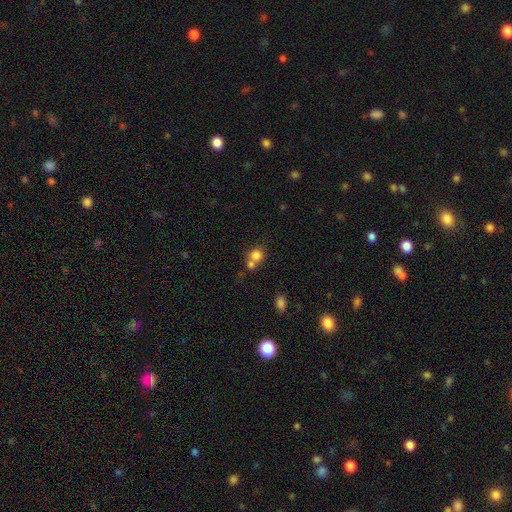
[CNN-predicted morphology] Smooth or featured?
  - smooth: 79% *
  - star or artifact: 11%
  - featured or disk: 10%
How rounded?
  - round: 82% *
  - in between: 17%
  - cigar-shaped: 1%
Merging?
  - merger: 47% *
  - none: 41%
  - minor disturbance: 8%
  - major disturbance: 4%